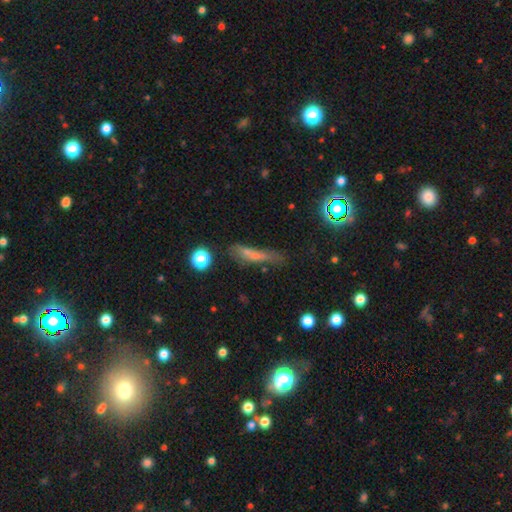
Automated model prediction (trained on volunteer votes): smooth_or_featured: smooth (p=0.56) [alt: featured or disk p=0.26]
how_rounded: cigar-shaped (p=0.77) [alt: in between p=0.18]
merging: none (p=0.48) [alt: minor disturbance p=0.26]